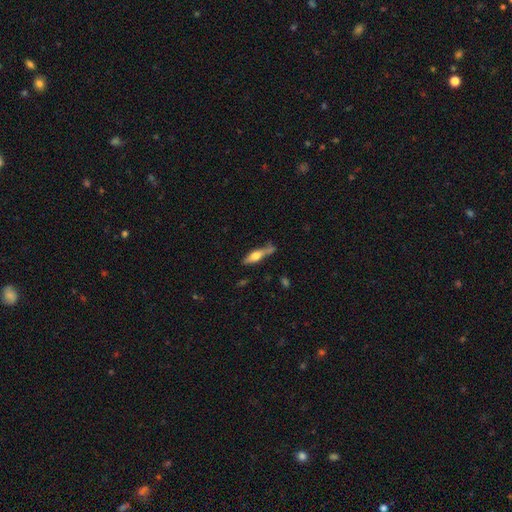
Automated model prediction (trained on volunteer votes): Smooth or featured? smooth (51%)
How rounded? cigar-shaped (65%)
Merging? none (59%)